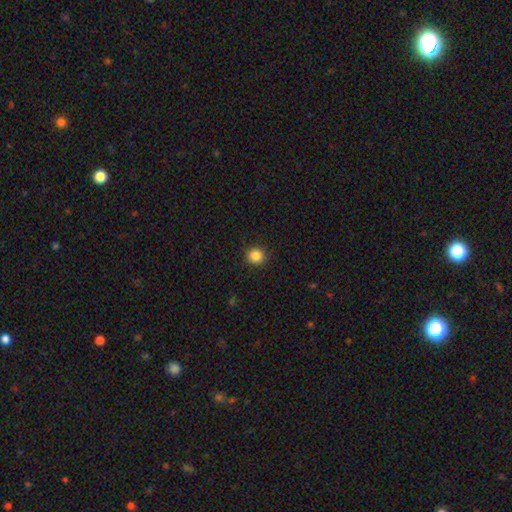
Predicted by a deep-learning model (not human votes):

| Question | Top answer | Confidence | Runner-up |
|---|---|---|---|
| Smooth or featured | smooth | 86% | star or artifact (10%) |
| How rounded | round | 91% | in between (8%) |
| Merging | none | 92% | minor disturbance (5%) |